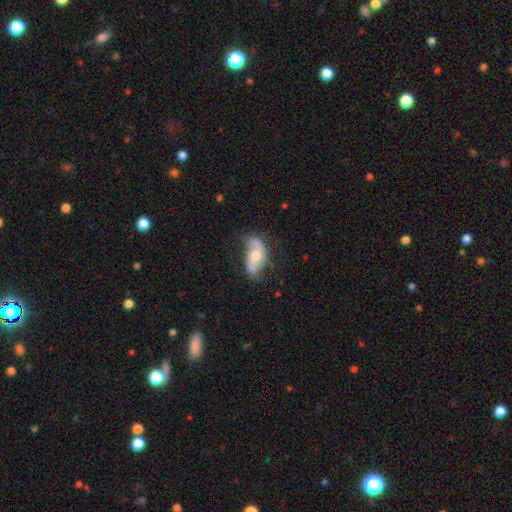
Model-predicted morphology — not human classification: Smooth or featured? featured or disk (56%)
Edge-on disk? no (91%)
Bar? no (61%)
Spiral arms? yes (76%)
Bulge size? moderate (69%)
Merging? none (54%)